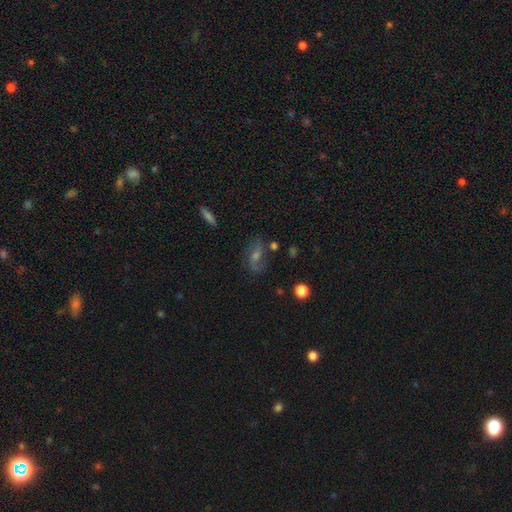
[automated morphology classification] This is possibly a featured or disk galaxy (54%). It is clearly not viewed edge-on (91%). Merging: likely none (69%).